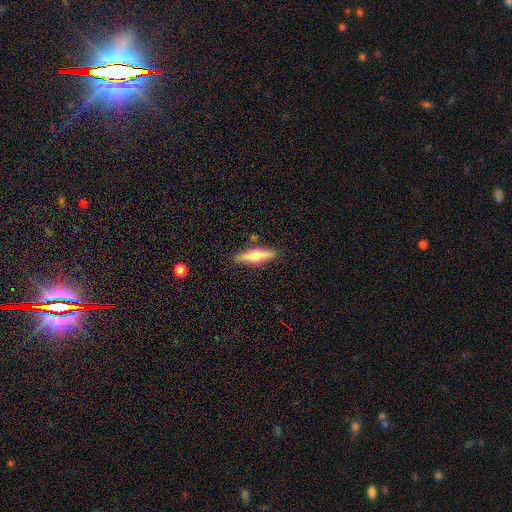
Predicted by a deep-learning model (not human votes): featured or disk 48%, smooth 46%, star or artifact 6%. Down the decision tree: merging — none (85%).